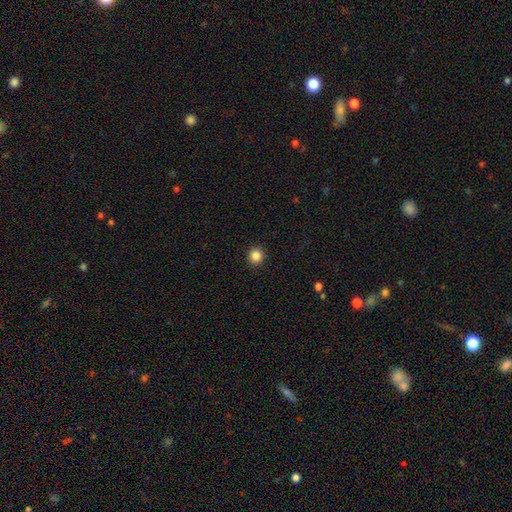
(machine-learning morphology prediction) A smooth galaxy with no disk features (86%) that is round (90%).

Vote fractions:
- Smooth or featured? smooth: 86% / star or artifact: 11% / featured or disk: 3%
- How rounded? round: 90% / in between: 9% / cigar-shaped: 1%
- Merging? none: 92% / minor disturbance: 5% / major disturbance: 2% / merger: 1%